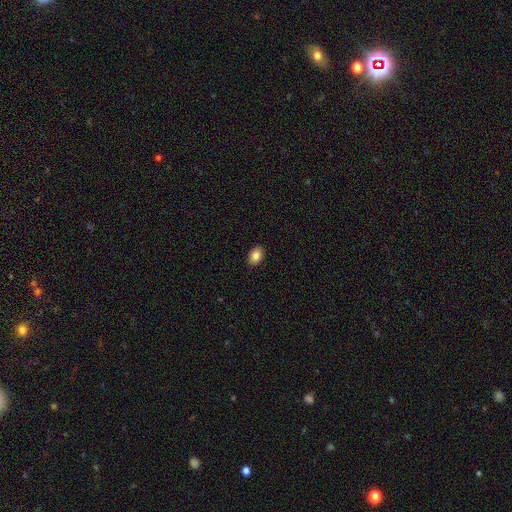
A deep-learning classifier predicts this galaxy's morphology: Smooth or featured: smooth — 86% (star or artifact — 8%)
How rounded: in between — 81% (round — 18%)
Merging: none — 90% (minor disturbance — 7%)